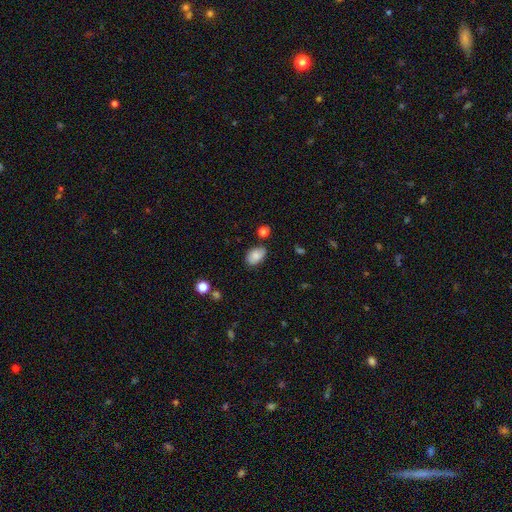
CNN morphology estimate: Overall: smooth (83%). How rounded: in between (89%). Merging: none (75%).